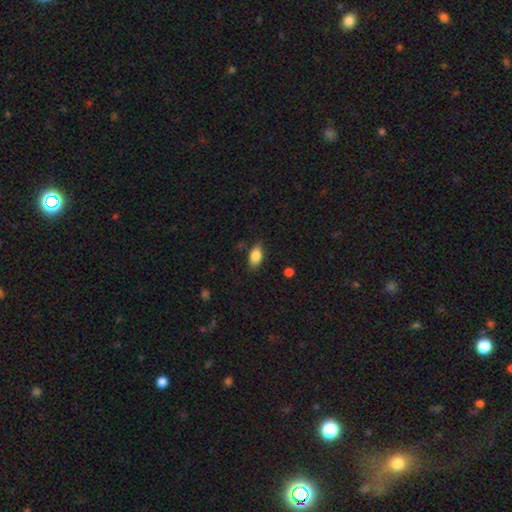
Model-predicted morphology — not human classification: This is clearly a smooth galaxy (85%). How rounded: clearly in between (90%). Merging: clearly none (81%).